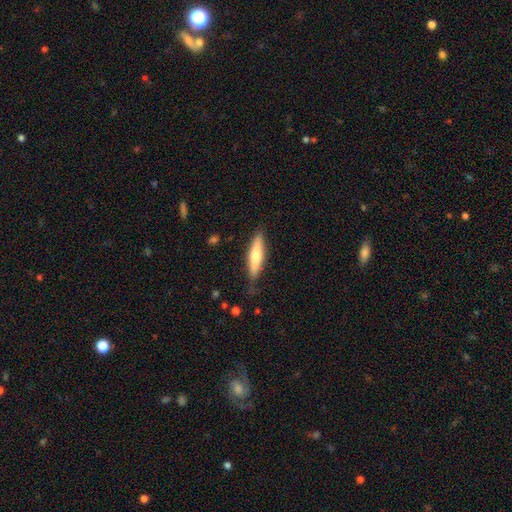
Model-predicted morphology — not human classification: smooth_or_featured: smooth (p=0.62) [alt: featured or disk p=0.33]
how_rounded: cigar-shaped (p=0.79) [alt: in between p=0.20]
merging: none (p=0.80) [alt: minor disturbance p=0.15]